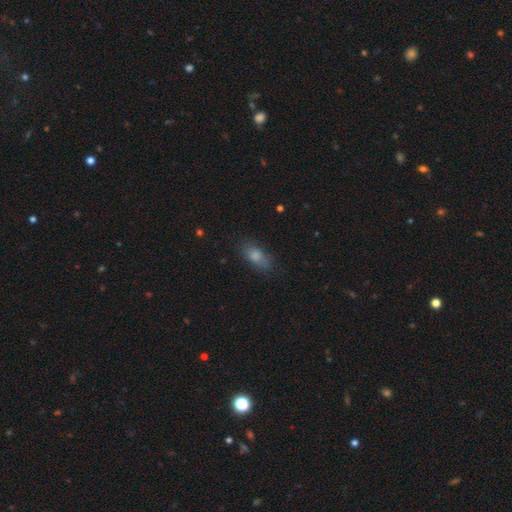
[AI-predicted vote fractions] A smooth galaxy with no disk features (79%) that is in between round and cigar-shaped (82%). Merging: none (74%).